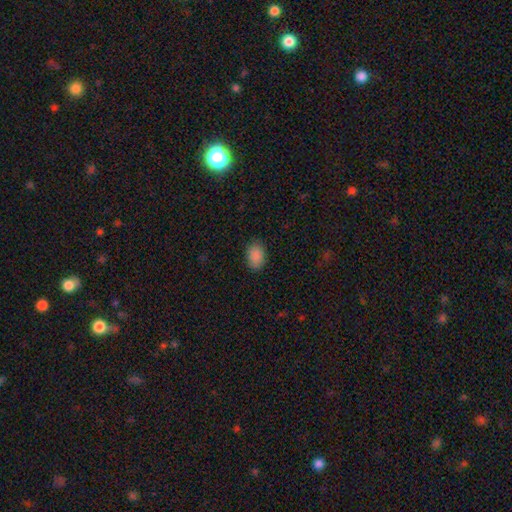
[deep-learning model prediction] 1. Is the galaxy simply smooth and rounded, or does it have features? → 89% smooth, 8% star or artifact, 3% featured or disk.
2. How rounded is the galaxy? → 84% in between, 15% round, 1% cigar-shaped.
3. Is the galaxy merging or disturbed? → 85% none, 11% minor disturbance, 3% major disturbance, 1% merger.